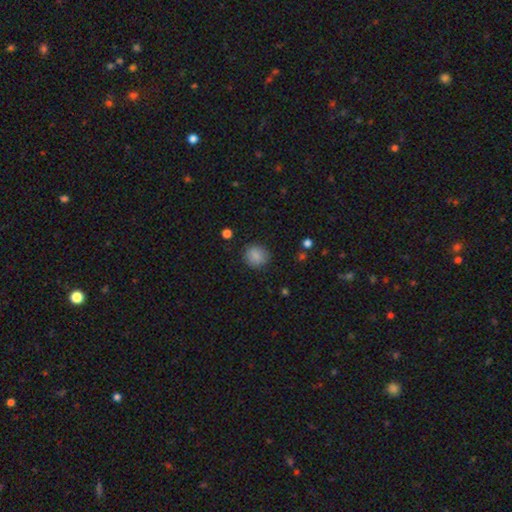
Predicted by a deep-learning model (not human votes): Smooth or featured? Predicted: smooth (p=0.86). How rounded? Predicted: round (p=0.84). Merging? Predicted: none (p=0.86).